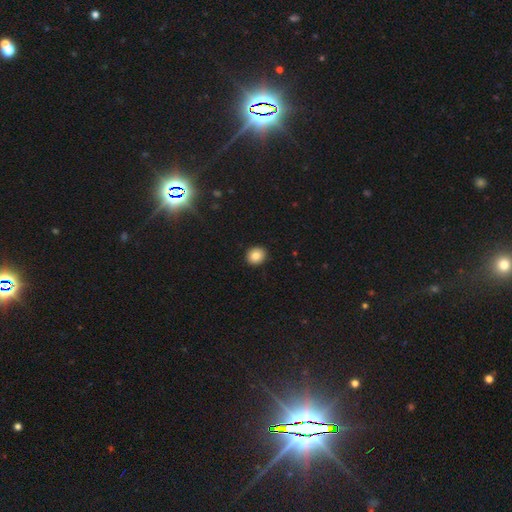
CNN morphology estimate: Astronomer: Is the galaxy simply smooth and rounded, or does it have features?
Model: smooth — 83%.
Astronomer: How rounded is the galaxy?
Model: round — 77%.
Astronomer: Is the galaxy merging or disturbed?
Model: none — 92%.